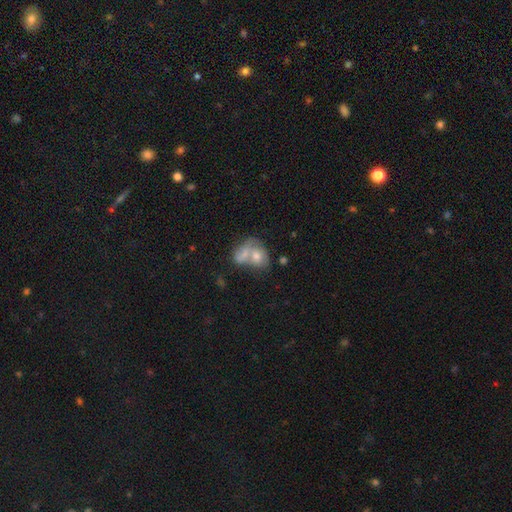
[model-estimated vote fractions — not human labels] Overall: smooth (47%; featured or disk 35%). Merging: merger (55%; none 27%).